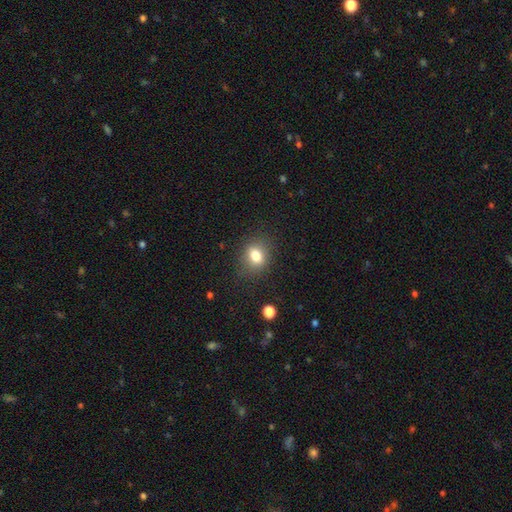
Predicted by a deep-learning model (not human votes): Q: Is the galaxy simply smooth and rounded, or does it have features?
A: smooth — 79%.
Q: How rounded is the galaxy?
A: in between — 51%.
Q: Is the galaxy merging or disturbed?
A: none — 82%.